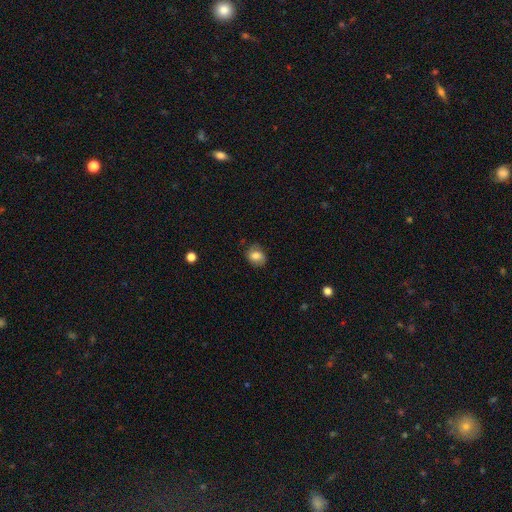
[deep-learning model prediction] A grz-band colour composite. It shows a smooth galaxy with no disk features (76%) that is in between round and cigar-shaped (52%). Merging: none (73%).